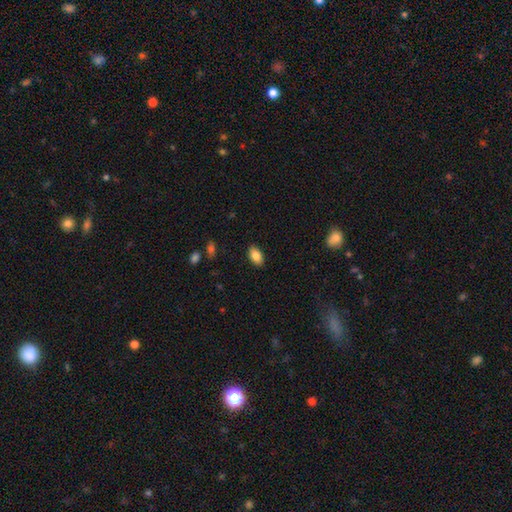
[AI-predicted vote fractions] Morphology: type=smooth (85%); roundness=in between (92%); merging=none (88%).